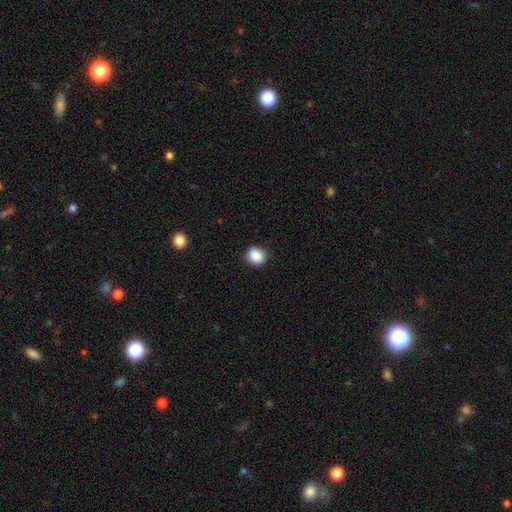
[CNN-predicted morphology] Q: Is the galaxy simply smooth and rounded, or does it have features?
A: smooth — 88%.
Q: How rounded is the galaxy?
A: round — 69%.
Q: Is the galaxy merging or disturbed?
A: none — 87%.